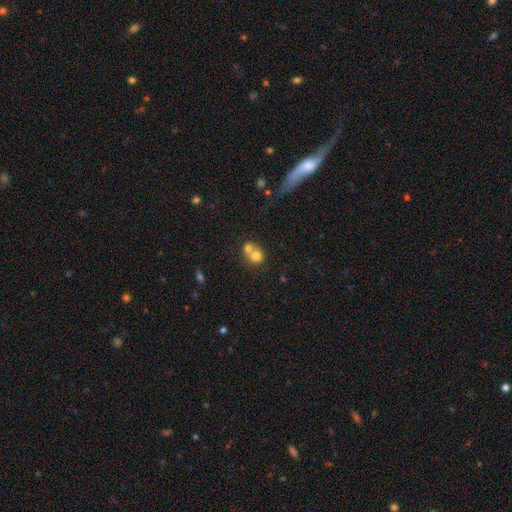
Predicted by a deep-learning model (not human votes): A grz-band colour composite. It shows a smooth galaxy with no disk features (72%) that is round (80%). Merging: merger (60%).